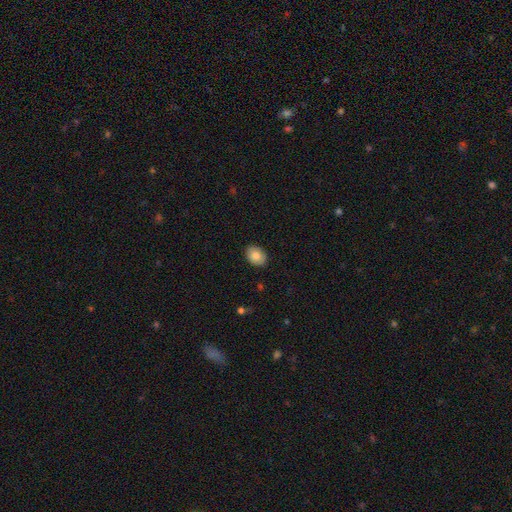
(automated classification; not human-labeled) smooth-or-featured: smooth: 82% | featured or disk: 11% | star or artifact: 7%
  how-rounded: in between: 71% | round: 28% | cigar-shaped: 1%
  merging: none: 89% | minor disturbance: 8% | major disturbance: 2% | merger: 1%